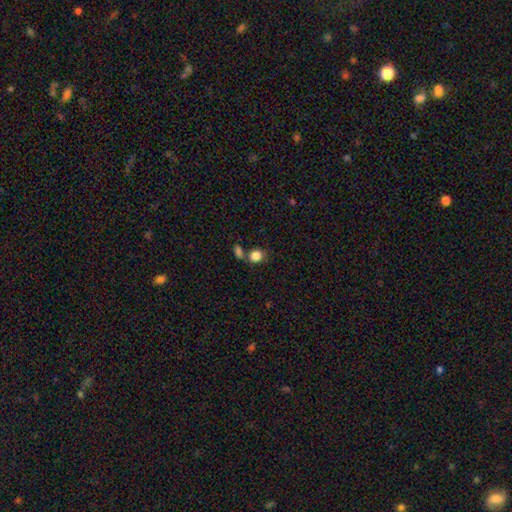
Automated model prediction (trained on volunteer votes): This appears to be a smooth galaxy with no disk features (85%) that is round (62%). Merging: none (57%).